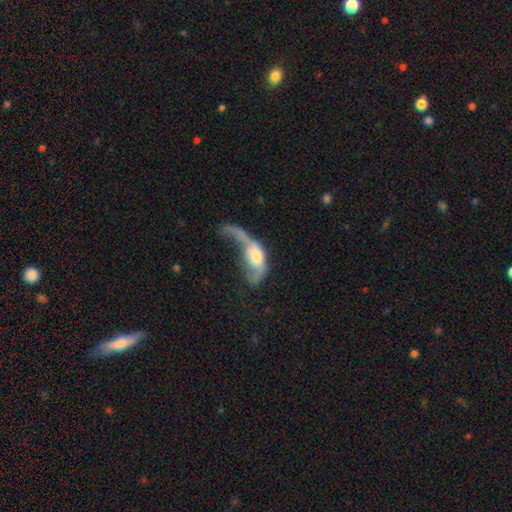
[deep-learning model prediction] Smooth or featured? Predicted: smooth (p=0.46, tied with featured or disk). Merging? Predicted: major disturbance (p=0.58).